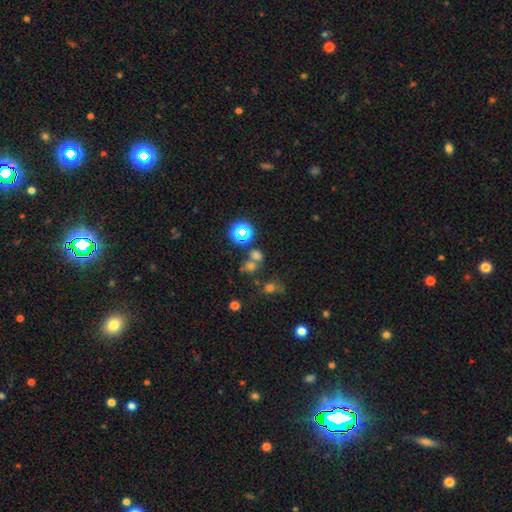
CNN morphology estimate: A smooth galaxy with no disk features (56%) that is round (65%).

Vote fractions:
- Smooth or featured? smooth: 56% / star or artifact: 35% / featured or disk: 10%
- How rounded? round: 65% / in between: 33% / cigar-shaped: 2%
- Merging? none: 48% / merger: 36% / minor disturbance: 10% / major disturbance: 6%